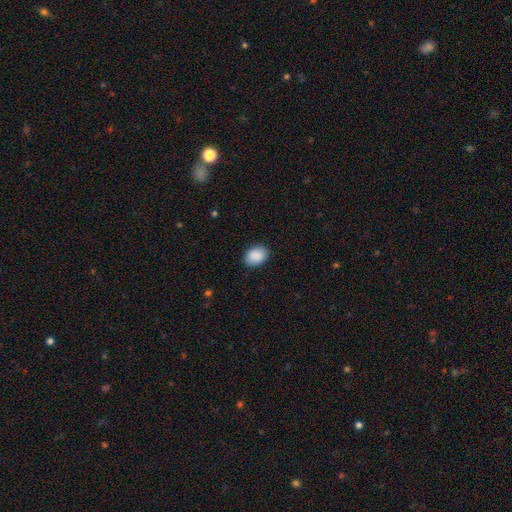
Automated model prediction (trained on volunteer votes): smooth 90%, star or artifact 7%, featured or disk 3%. Down the decision tree: how rounded — in between (77%); merging — none (87%).